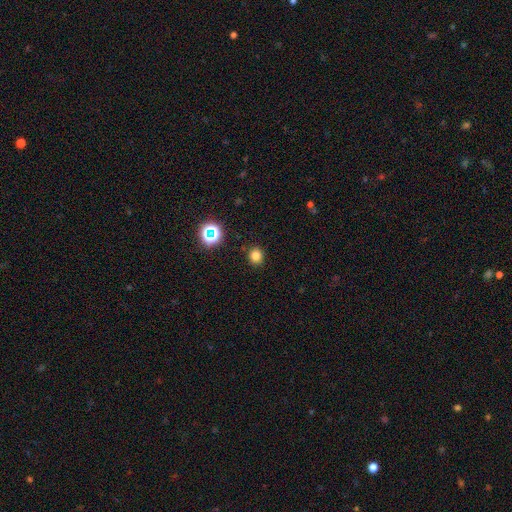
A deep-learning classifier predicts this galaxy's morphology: This appears to be a smooth galaxy with no disk features (78%) that is round (83%). Merging: none (90%).